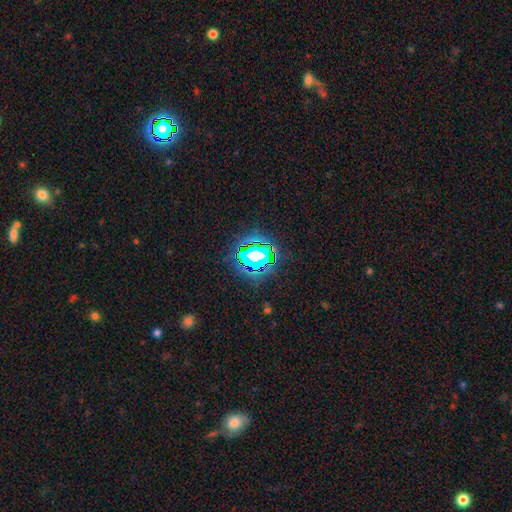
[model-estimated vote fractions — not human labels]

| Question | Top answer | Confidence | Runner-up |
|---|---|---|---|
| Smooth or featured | star or artifact | 66% | smooth (21%) |